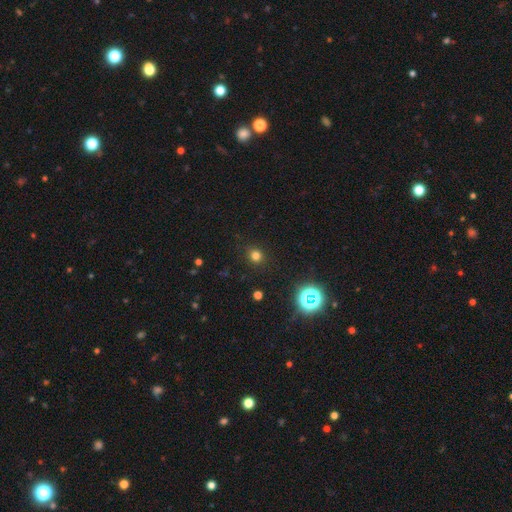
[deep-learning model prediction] Morphology: type=smooth (75%); roundness=round (86%); merging=none (89%).